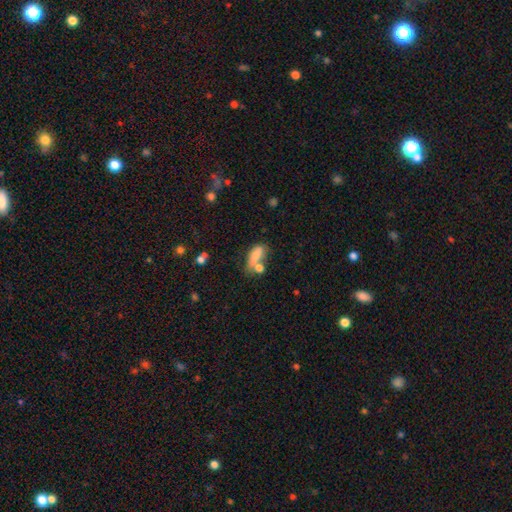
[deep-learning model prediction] smooth_or_featured: smooth (p=0.73) [alt: featured or disk p=0.16]
how_rounded: in between (p=0.75) [alt: cigar-shaped p=0.19]
merging: merger (p=0.36) [alt: none p=0.32]